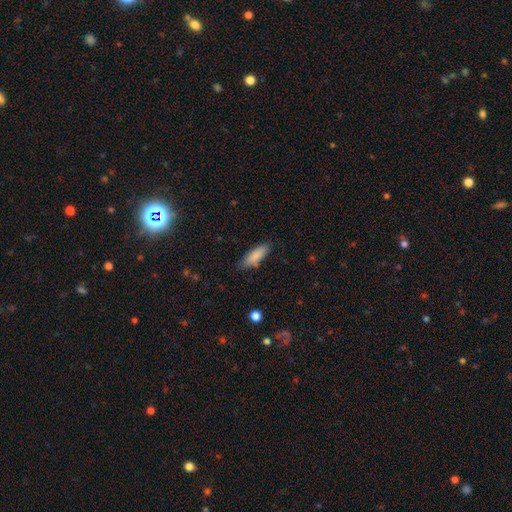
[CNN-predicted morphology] Smooth or featured? smooth (86%)
How rounded? in between (62%)
Merging? none (76%)